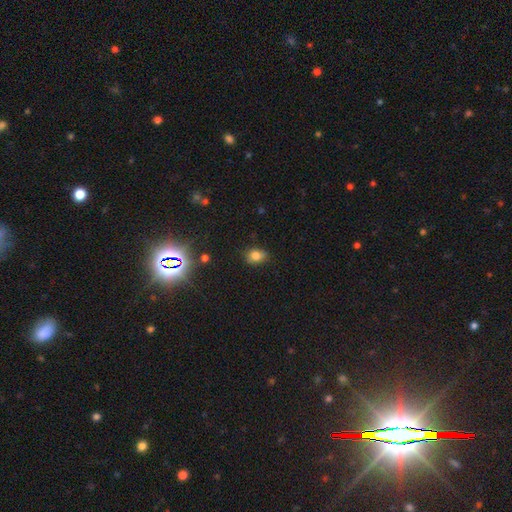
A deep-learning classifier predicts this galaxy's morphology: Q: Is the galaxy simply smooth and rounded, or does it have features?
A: smooth — 77%.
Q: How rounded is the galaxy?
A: in between — 59%.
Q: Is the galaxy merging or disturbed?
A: none — 75%.